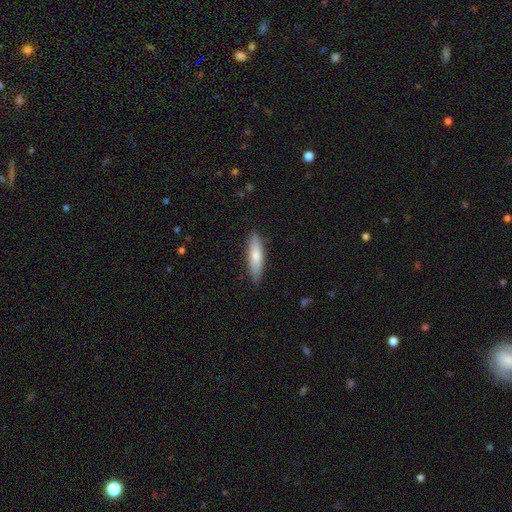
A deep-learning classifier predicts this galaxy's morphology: Smooth or featured? smooth (71%)
How rounded? cigar-shaped (68%)
Merging? none (86%)